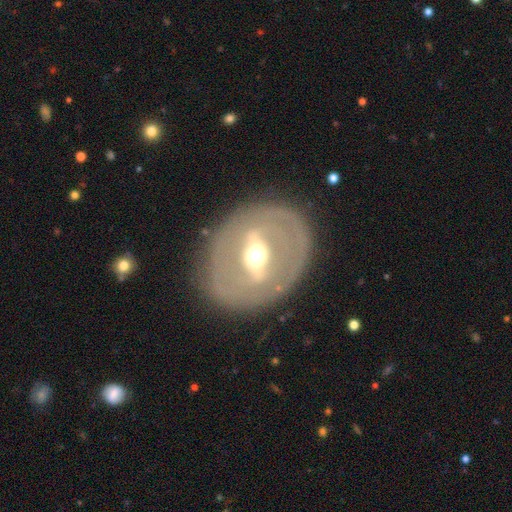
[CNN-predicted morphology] Overall: featured or disk (76%). Edge-on disk: no (85%). Bar: strong (66%). Spiral arms: no (73%). Bulge size: moderate (70%). Merging: none (82%).